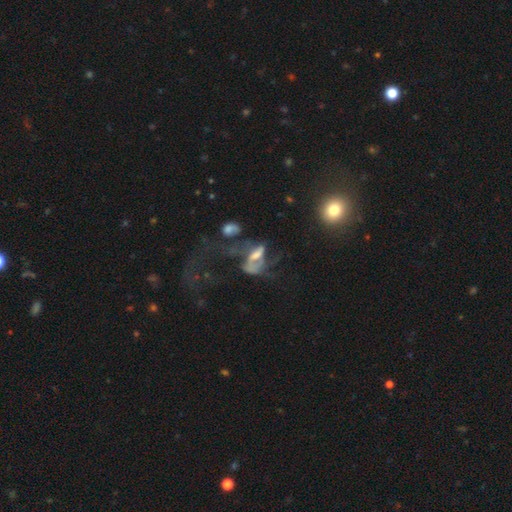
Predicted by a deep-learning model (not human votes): This is possibly a featured or disk galaxy (55%). It is clearly not viewed edge-on (90%). Merging: possibly major disturbance (48%).